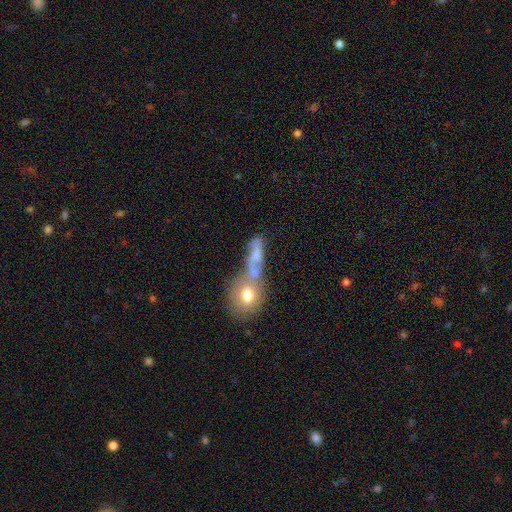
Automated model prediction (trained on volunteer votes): The model was most divided on "how rounded": in between: 44%, cigar-shaped: 29%, round: 27%. More confident: smooth or featured — smooth (54%); merging — merger (51%).